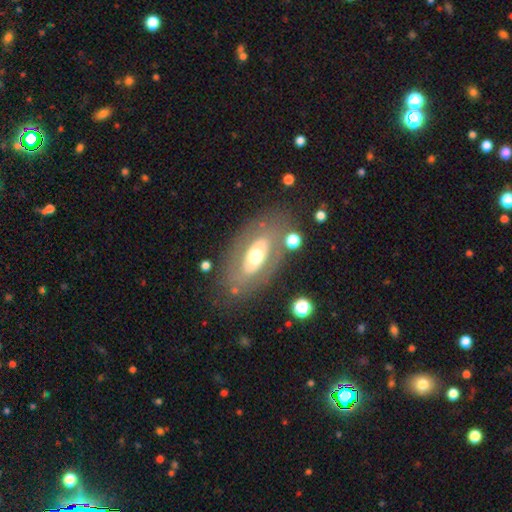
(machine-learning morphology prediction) Smooth or featured: featured or disk — 58% (smooth — 34%)
Edge-on disk: no — 88% (yes — 12%)
Bar: no — 76% (weak — 14%)
Spiral arms: no — 80% (yes — 20%)
Bulge size: moderate — 65% (large — 20%)
Merging: none — 74% (minor disturbance — 14%)